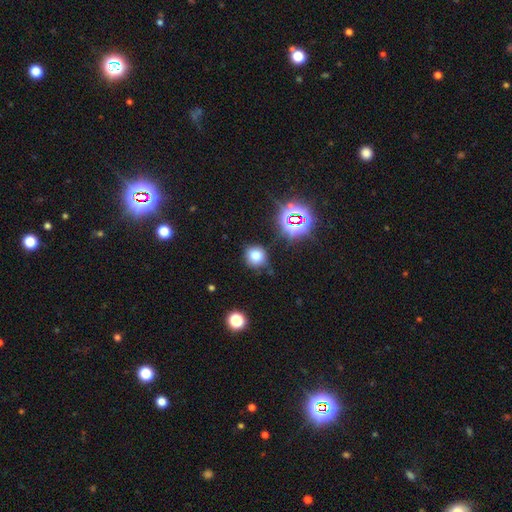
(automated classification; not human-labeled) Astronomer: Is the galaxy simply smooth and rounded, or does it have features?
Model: smooth — 71%.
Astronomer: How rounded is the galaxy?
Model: round — 86%.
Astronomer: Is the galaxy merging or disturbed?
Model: none — 80%.